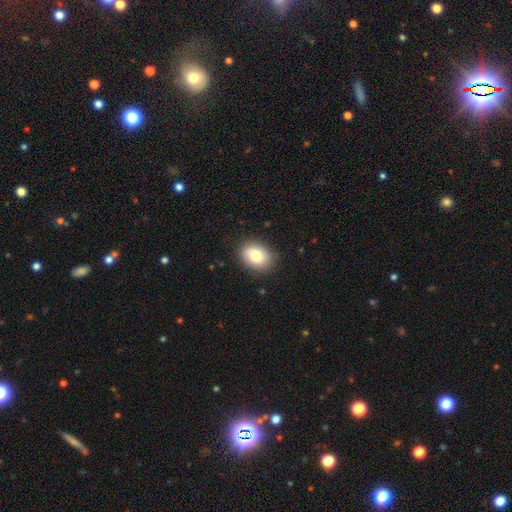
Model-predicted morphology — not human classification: This is clearly a smooth galaxy (81%). How rounded: likely in between (64%). Merging: clearly none (85%).